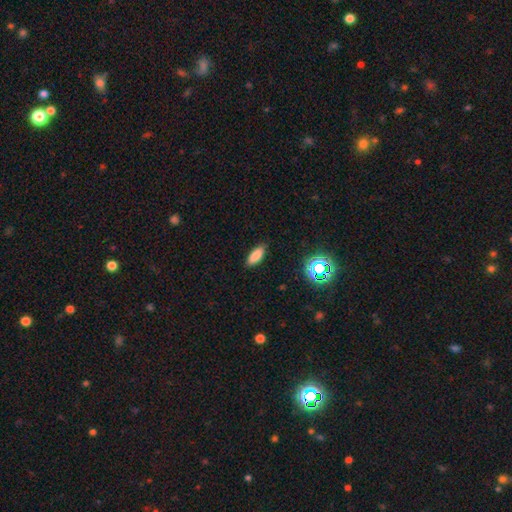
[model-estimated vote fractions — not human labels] smooth 81%, star or artifact 12%, featured or disk 7%. Down the decision tree: how rounded — in between (77%); merging — none (87%).